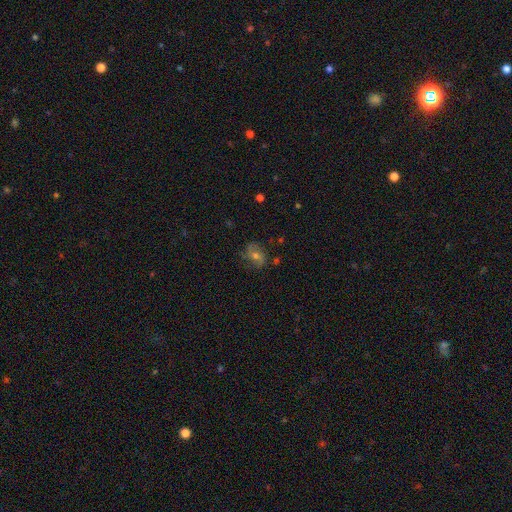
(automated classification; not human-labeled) Q: Smooth or featured?
A: featured or disk (57%); runner-up: smooth (26%)
Q: Edge-on disk?
A: no (96%); runner-up: yes (4%)
Q: Bar?
A: no (61%); runner-up: weak (31%)
Q: Spiral arms?
A: yes (84%); runner-up: no (16%)
Q: Bulge size?
A: moderate (61%); runner-up: small (32%)
Q: Merging?
A: none (72%); runner-up: minor disturbance (18%)